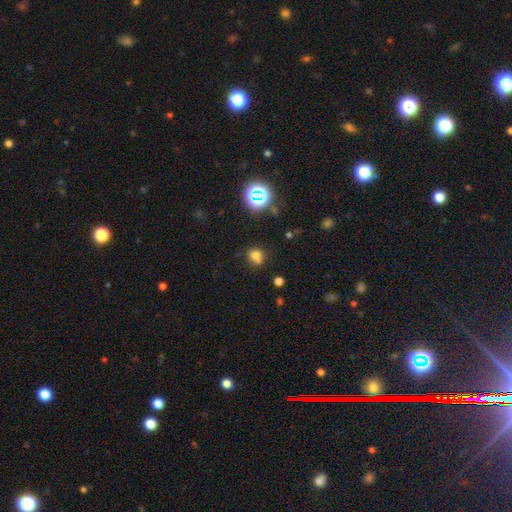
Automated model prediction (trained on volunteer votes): smooth-or-featured: smooth: 70% | star or artifact: 20% | featured or disk: 9%
  how-rounded: round: 70% | in between: 29% | cigar-shaped: 1%
  merging: none: 61% | minor disturbance: 19% | merger: 14% | major disturbance: 6%